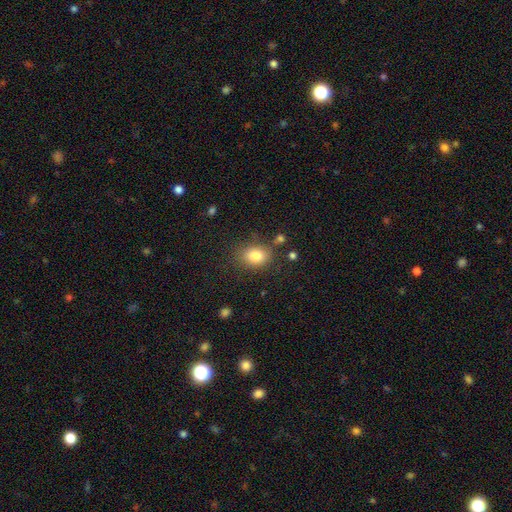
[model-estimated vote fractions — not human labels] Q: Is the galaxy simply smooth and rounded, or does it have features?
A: smooth — 83%.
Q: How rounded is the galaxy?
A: in between — 66%.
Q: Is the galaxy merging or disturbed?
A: none — 78%.